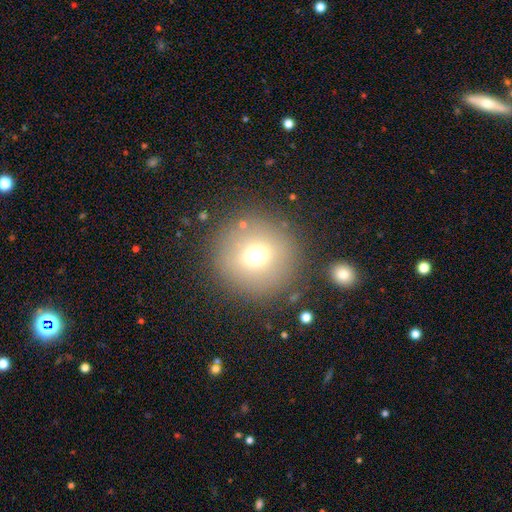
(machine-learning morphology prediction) Smooth or featured?
  - smooth: 67% *
  - star or artifact: 18%
  - featured or disk: 15%
How rounded?
  - round: 94% *
  - in between: 5%
  - cigar-shaped: 1%
Merging?
  - none: 84% *
  - minor disturbance: 8%
  - major disturbance: 5%
  - merger: 4%